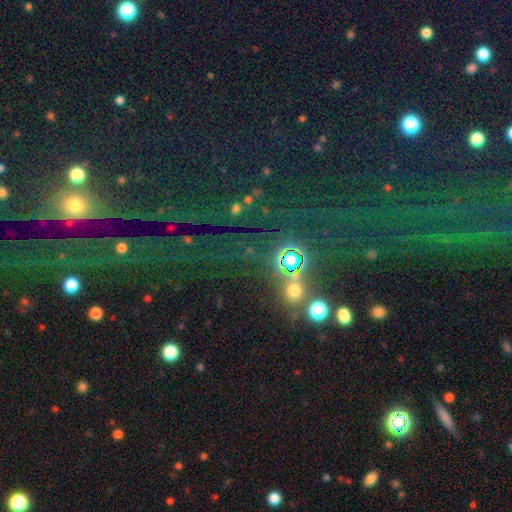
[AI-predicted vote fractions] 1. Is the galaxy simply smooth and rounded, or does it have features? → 69% star or artifact, 22% smooth, 9% featured or disk.